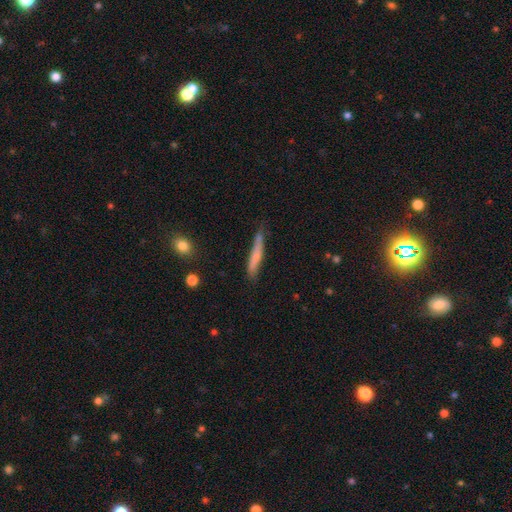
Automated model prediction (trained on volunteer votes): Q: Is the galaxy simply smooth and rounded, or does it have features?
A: smooth — 66%.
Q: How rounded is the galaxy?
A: cigar-shaped — 94%.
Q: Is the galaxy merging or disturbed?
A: none — 68%.